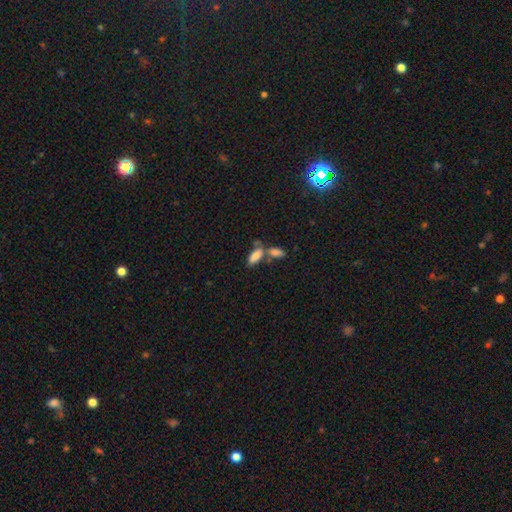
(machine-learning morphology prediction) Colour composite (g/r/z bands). It shows a smooth galaxy with no disk features (79%) that is in between round and cigar-shaped (80%). Merging: merger (48%).